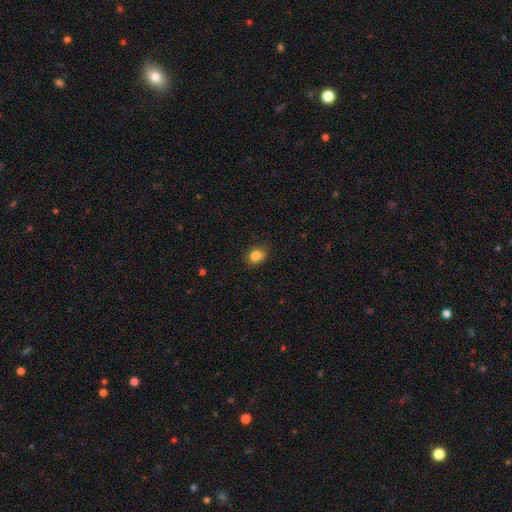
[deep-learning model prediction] Smooth or featured? smooth (84%)
How rounded? in between (50%)
Merging? none (84%)